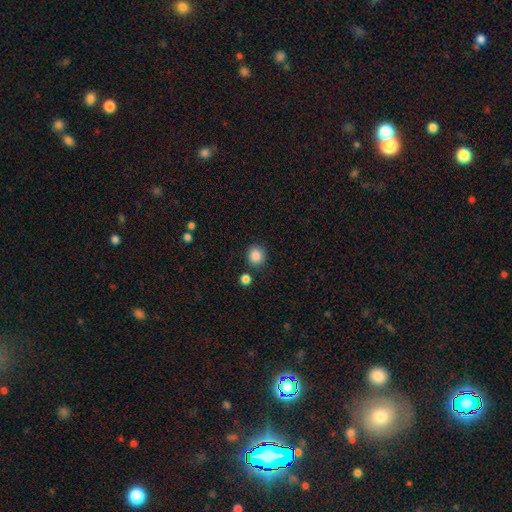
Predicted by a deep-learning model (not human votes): Overall: smooth (87%). How rounded: round (87%). Merging: none (83%).